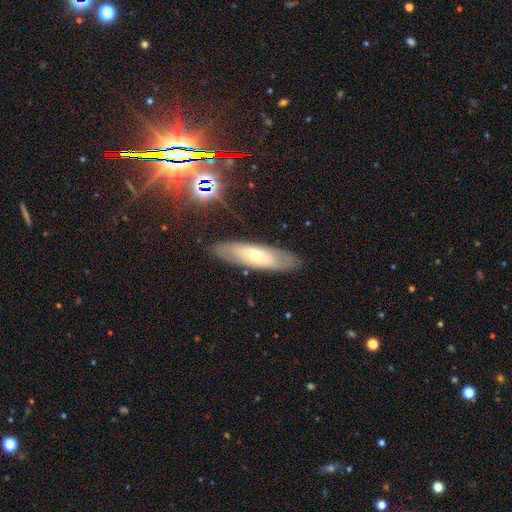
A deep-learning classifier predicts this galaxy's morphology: This is possibly a smooth galaxy (47%). Merging: clearly none (84%).